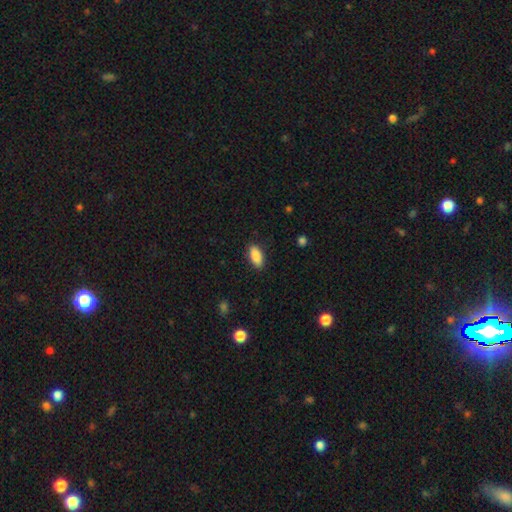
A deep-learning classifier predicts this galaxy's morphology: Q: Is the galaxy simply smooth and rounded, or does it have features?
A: smooth — 88%.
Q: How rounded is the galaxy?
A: in between — 88%.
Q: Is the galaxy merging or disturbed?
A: none — 87%.